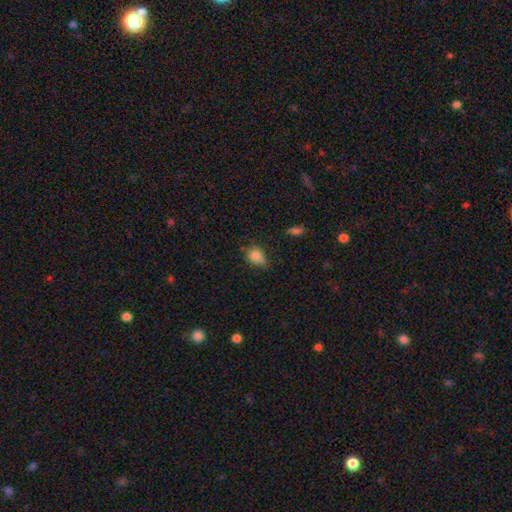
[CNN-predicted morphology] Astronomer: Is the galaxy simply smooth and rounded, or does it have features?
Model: smooth — 81%.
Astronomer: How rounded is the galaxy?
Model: in between — 52% (runner-up: round, 46%).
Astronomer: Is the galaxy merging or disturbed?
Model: none — 56% (runner-up: minor disturbance, 33%).